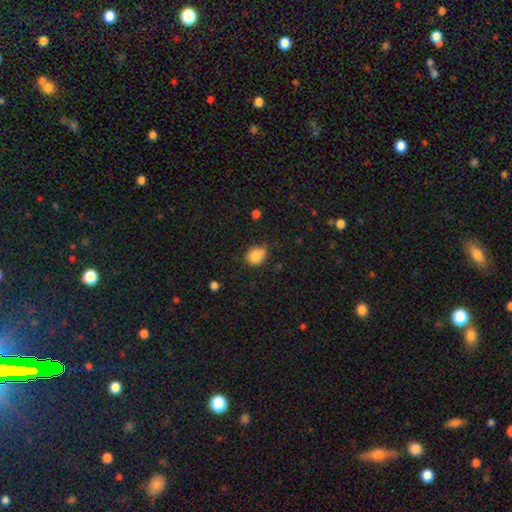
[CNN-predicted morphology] A smooth galaxy with no disk features (86%) that is round (64%).

Vote fractions:
- Smooth or featured? smooth: 86% / star or artifact: 9% / featured or disk: 5%
- How rounded? round: 64% / in between: 35% / cigar-shaped: 1%
- Merging? none: 66% / minor disturbance: 27% / major disturbance: 5% / merger: 2%